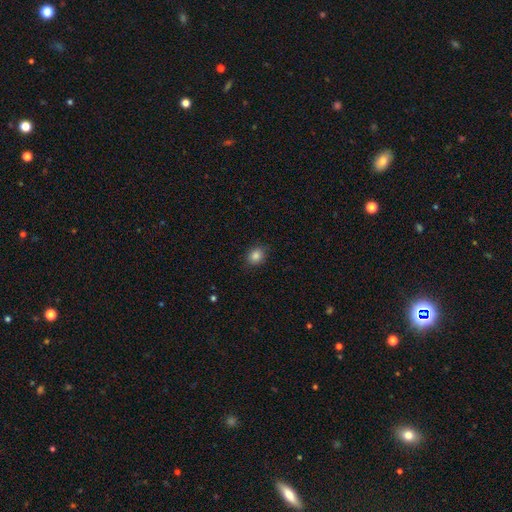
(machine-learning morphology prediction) smooth-or-featured: smooth: 85% | star or artifact: 10% | featured or disk: 5%
  how-rounded: round: 62% | in between: 37% | cigar-shaped: 1%
  merging: none: 86% | minor disturbance: 10% | major disturbance: 2% | merger: 1%